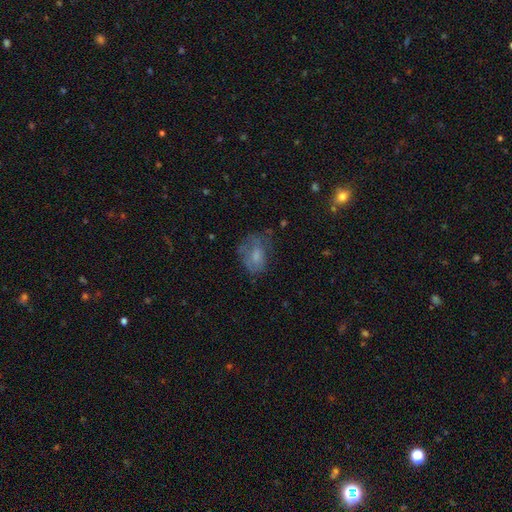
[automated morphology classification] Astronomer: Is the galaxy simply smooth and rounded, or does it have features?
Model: smooth — 59%.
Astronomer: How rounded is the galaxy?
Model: in between — 68%.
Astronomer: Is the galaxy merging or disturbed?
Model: none — 46% (runner-up: minor disturbance, 27%).